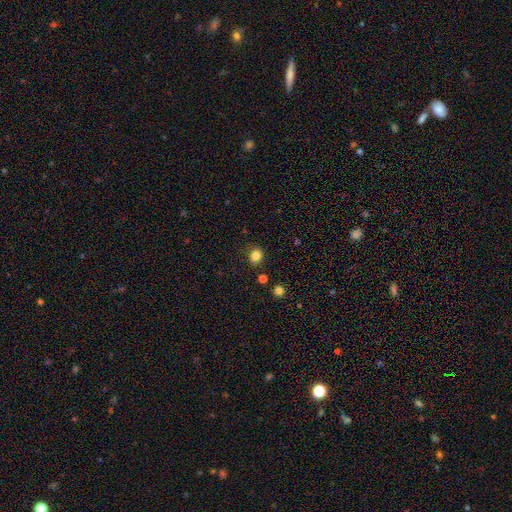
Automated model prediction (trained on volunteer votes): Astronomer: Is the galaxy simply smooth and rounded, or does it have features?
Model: smooth — 83%.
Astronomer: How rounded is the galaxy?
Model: round — 65%.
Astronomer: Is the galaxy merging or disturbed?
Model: none — 84%.